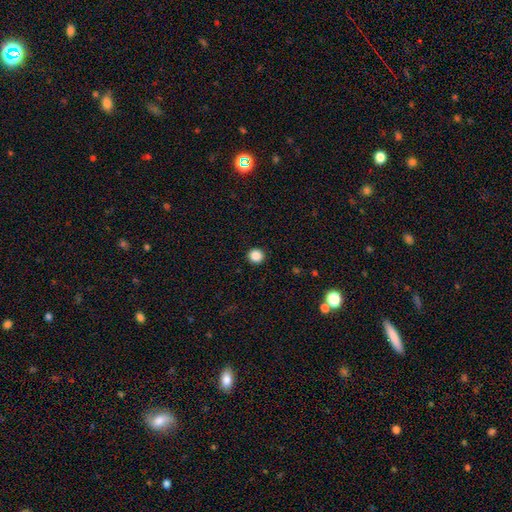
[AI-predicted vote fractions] This appears to be a smooth galaxy with no disk features (87%) that is round (95%). Merging: none (93%).